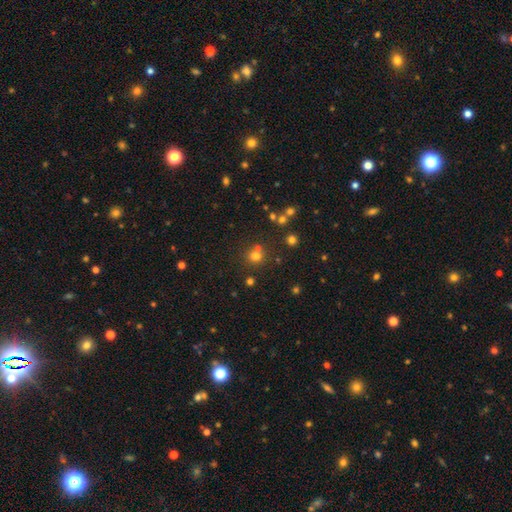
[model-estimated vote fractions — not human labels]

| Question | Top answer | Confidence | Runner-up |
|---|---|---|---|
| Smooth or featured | smooth | 70% | star or artifact (22%) |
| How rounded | round | 89% | in between (10%) |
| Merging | none | 70% | merger (19%) |